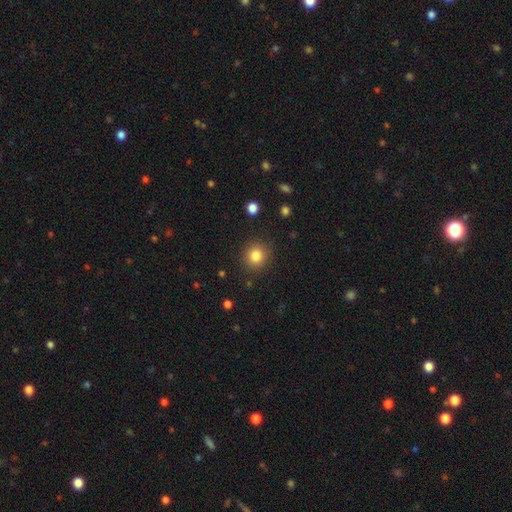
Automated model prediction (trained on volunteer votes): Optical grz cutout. It shows a smooth galaxy with no disk features (83%) that is round (88%). Merging: none (89%).